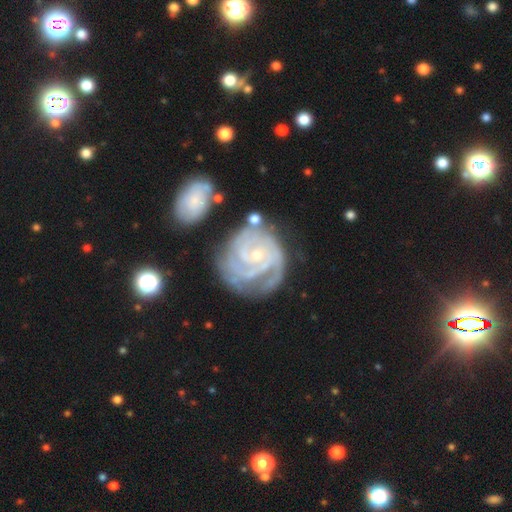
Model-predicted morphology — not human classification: Smooth or featured: featured or disk — 90% (smooth — 5%)
Edge-on disk: no — 98% (yes — 2%)
Bar: no — 67% (weak — 26%)
Spiral arms: yes — 98% (no — 2%)
Spiral winding: tight — 72% (medium — 24%)
Spiral arm count: 3 — 38% (2 — 21%)
Bulge size: small — 70% (moderate — 26%)
Merging: none — 55% (minor disturbance — 23%)